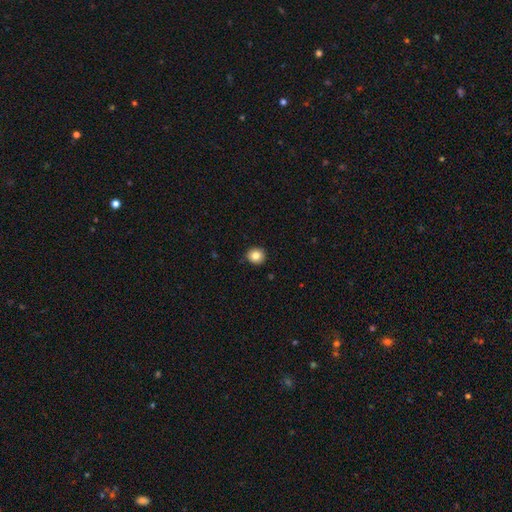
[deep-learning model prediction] Q: Smooth or featured?
A: smooth (83%); runner-up: star or artifact (10%)
Q: How rounded?
A: round (89%); runner-up: in between (10%)
Q: Merging?
A: none (91%); runner-up: minor disturbance (7%)